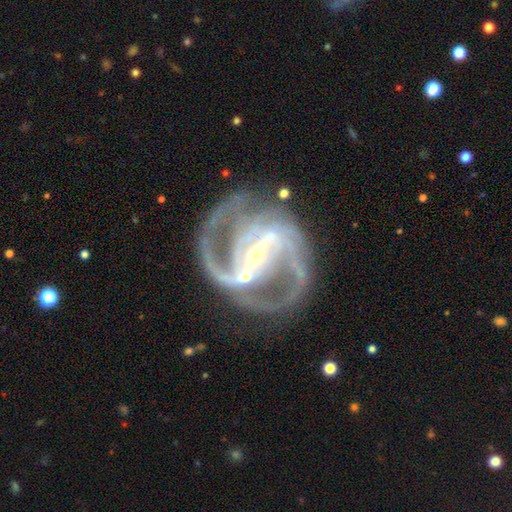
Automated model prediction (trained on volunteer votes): Smooth or featured? Predicted: featured or disk (p=0.92). Edge-on disk? Predicted: no (p=0.98). Bar? Predicted: strong (p=0.65). Spiral arms? Predicted: yes (p=0.98). Spiral winding? Predicted: medium (p=0.57). Spiral arm count? Predicted: 2 (p=0.60). Bulge size? Predicted: small (p=0.73). Merging? Predicted: none (p=0.64).